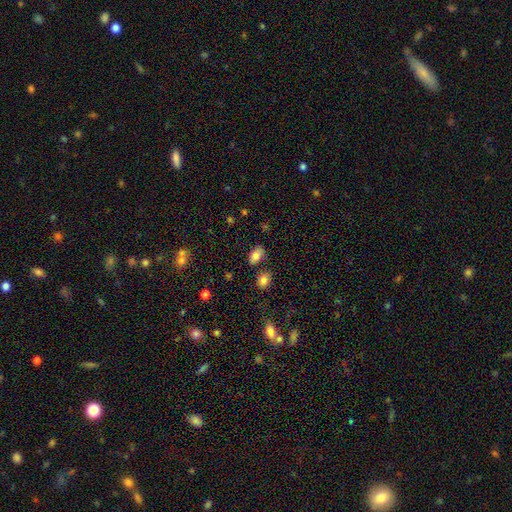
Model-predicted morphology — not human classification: Smooth or featured: smooth — 81% (star or artifact — 9%)
How rounded: in between — 90% (round — 7%)
Merging: none — 75% (minor disturbance — 14%)